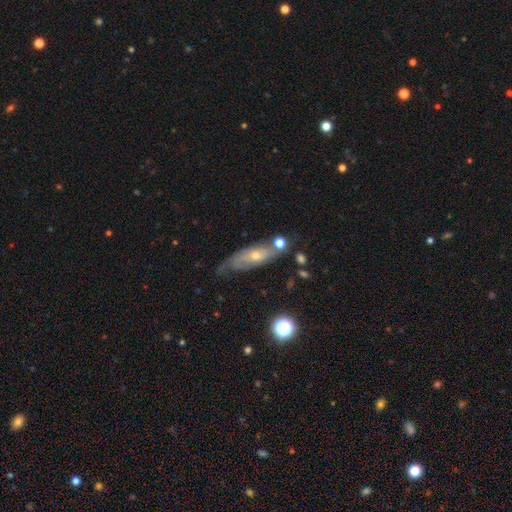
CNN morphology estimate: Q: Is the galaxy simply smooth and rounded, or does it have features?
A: featured or disk — 61%.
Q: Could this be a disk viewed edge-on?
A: no — 69%.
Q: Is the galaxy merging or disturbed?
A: none — 53%.